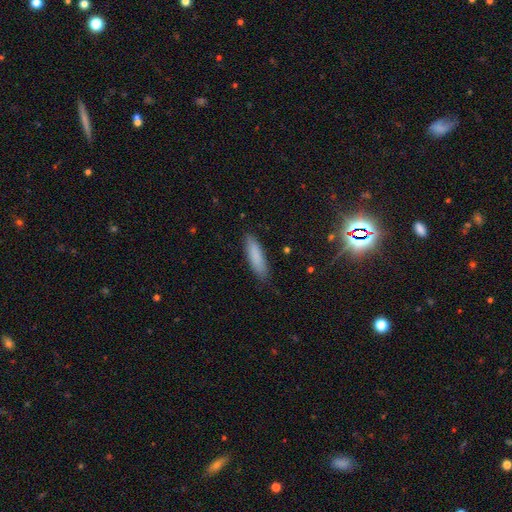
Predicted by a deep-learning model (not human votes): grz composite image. It shows a smooth galaxy with no disk features (83%) that is cigar-shaped (69%). Merging: none (86%).